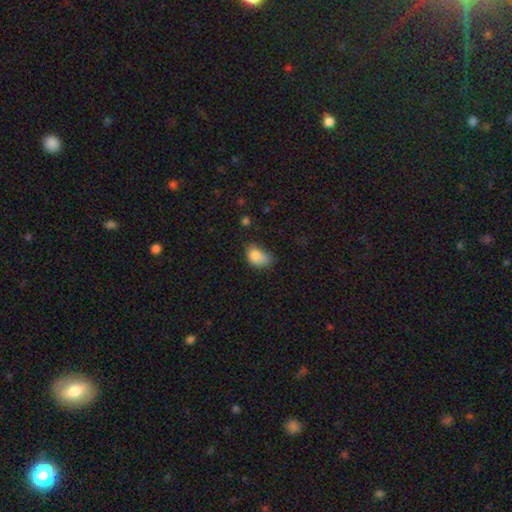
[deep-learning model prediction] Overall: smooth (81%). How rounded: in between (78%). Merging: minor disturbance (44%; none 34%).